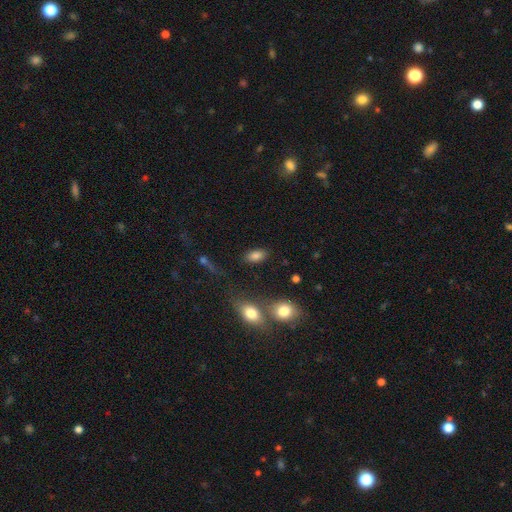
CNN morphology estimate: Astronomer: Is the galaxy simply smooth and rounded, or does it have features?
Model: smooth — 84%.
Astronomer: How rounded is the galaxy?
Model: in between — 90%.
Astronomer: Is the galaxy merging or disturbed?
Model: none — 81%.